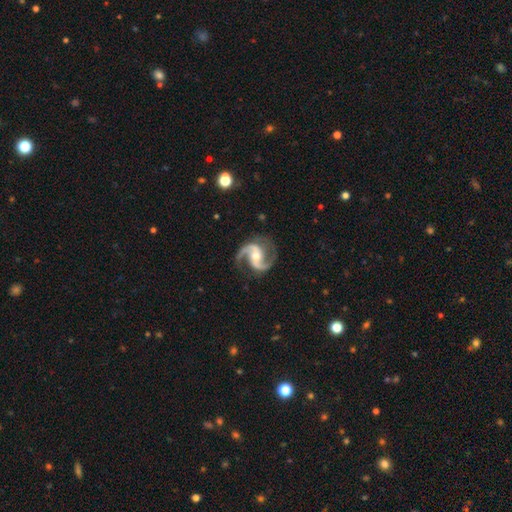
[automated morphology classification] Smooth or featured?
  - featured or disk: 94% *
  - star or artifact: 4%
  - smooth: 2%
Edge-on disk?
  - no: 98% *
  - yes: 2%
Bar?
  - no: 42% *
  - weak: 37%
  - strong: 21%
Spiral arms?
  - yes: 99% *
  - no: 1%
Spiral winding?
  - medium: 62% *
  - loose: 24%
  - tight: 14%
Spiral arm count?
  - 2: 93% *
  - 3: 2%
  - can't tell: 1%
  - 1: 1%
  - 4: 1%
  - more than 4: 1%
Bulge size?
  - moderate: 64% *
  - small: 30%
  - large: 4%
  - none: 1%
  - dominant: 1%
Merging?
  - none: 80% *
  - minor disturbance: 13%
  - major disturbance: 6%
  - merger: 1%